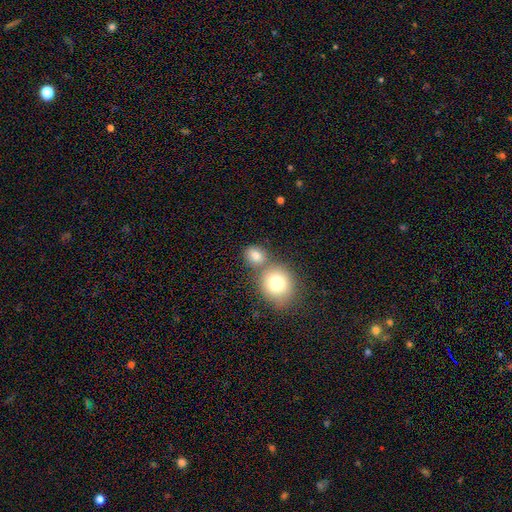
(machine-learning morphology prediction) The model was most divided on "merging": none: 52%, merger: 34%, minor disturbance: 10%, major disturbance: 4%. More confident: smooth or featured — smooth (80%); how rounded — round (65%).